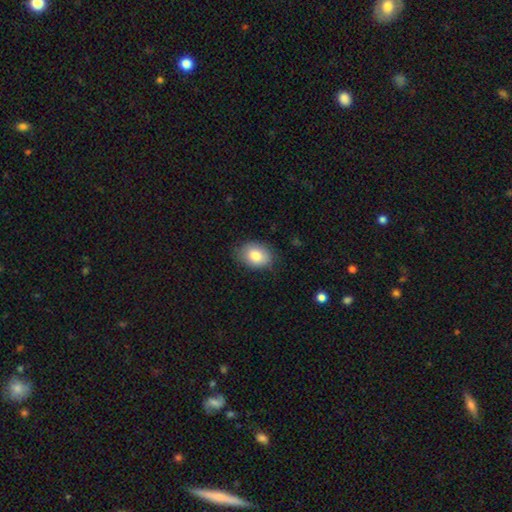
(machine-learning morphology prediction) smooth_or_featured: smooth (p=0.82) [alt: featured or disk p=0.10]
how_rounded: in between (p=0.76) [alt: round p=0.23]
merging: none (p=0.76) [alt: minor disturbance p=0.19]